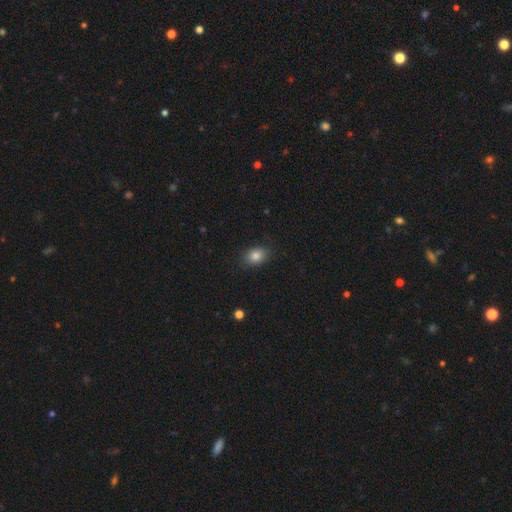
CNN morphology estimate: Smooth or featured?
  - smooth: 84% *
  - star or artifact: 10%
  - featured or disk: 7%
How rounded?
  - in between: 71% *
  - round: 28%
  - cigar-shaped: 1%
Merging?
  - none: 85% *
  - minor disturbance: 12%
  - major disturbance: 3%
  - merger: 1%